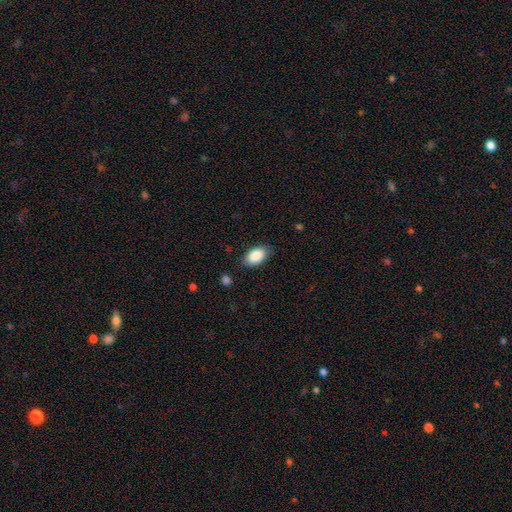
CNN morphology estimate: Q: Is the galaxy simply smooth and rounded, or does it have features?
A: smooth — 88%.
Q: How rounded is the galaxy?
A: in between — 92%.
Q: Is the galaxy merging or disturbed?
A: none — 82%.